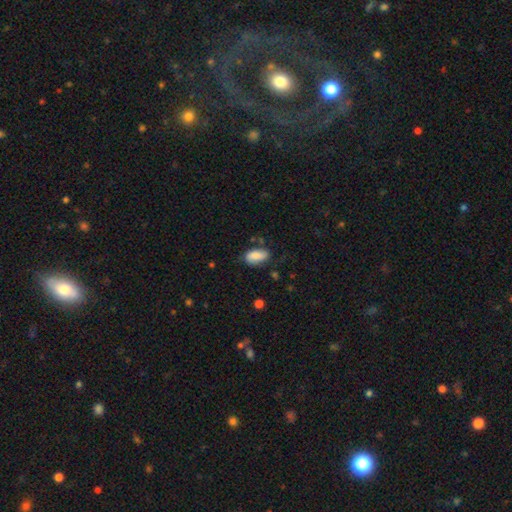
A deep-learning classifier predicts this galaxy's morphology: A smooth galaxy with no disk features (80%) that is in between round and cigar-shaped (91%). Merging: none (67%).